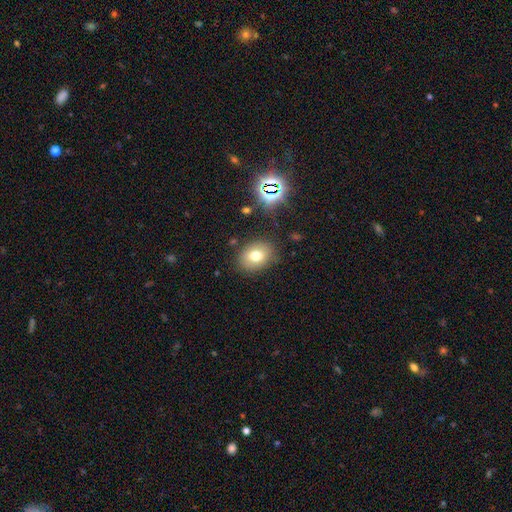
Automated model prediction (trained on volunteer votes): This is likely a smooth galaxy (71%). How rounded: possibly in between (60%). Merging: clearly none (82%).